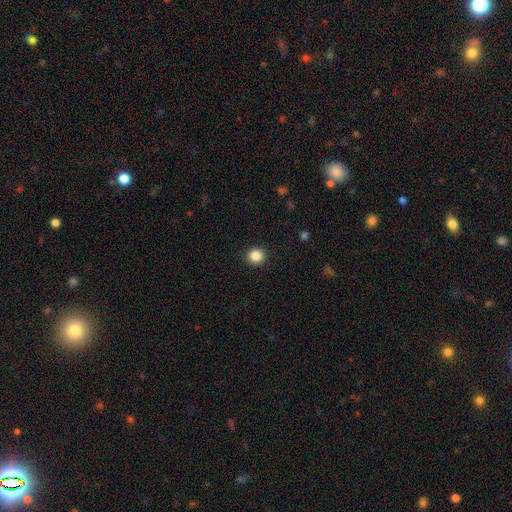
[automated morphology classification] This is clearly a smooth galaxy (86%). How rounded: clearly round (90%). Merging: clearly none (92%).